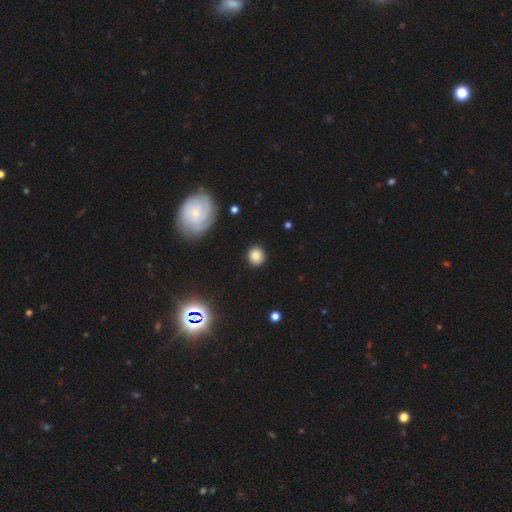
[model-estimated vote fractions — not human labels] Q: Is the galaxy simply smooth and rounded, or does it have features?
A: smooth — 80%.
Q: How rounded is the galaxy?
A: round — 83%.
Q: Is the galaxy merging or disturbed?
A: none — 88%.